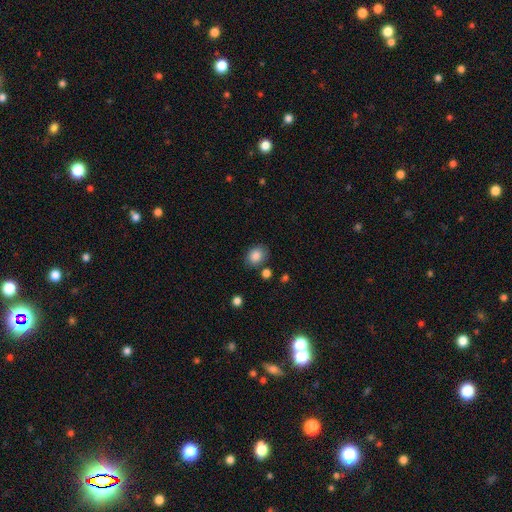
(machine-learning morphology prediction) Overall: smooth (86%). How rounded: in between (56%; round 43%). Merging: none (77%).